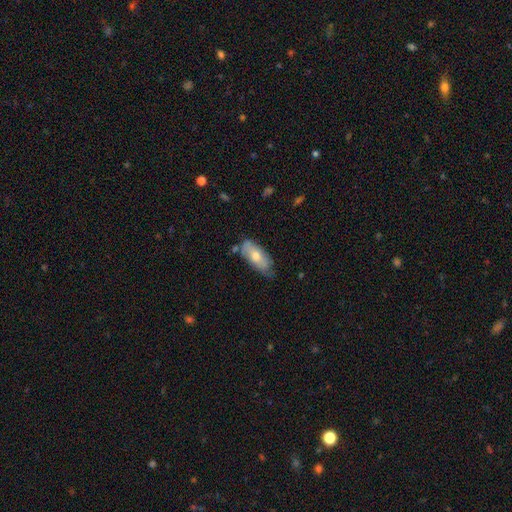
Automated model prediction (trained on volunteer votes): smooth-or-featured: smooth: 60% | featured or disk: 33% | star or artifact: 7%
  how-rounded: in between: 82% | cigar-shaped: 16% | round: 3%
  merging: none: 61% | minor disturbance: 29% | major disturbance: 5% | merger: 4%